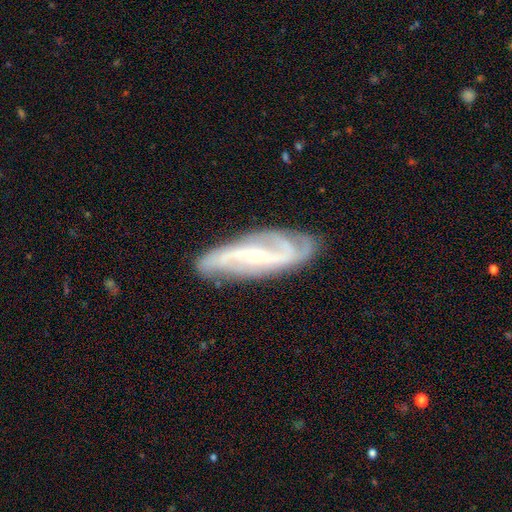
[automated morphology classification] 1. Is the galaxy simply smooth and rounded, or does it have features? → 86% featured or disk, 8% smooth, 6% star or artifact.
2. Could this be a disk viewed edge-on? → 90% no, 10% yes.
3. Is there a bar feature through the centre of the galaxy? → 37% weak, 33% strong, 30% no.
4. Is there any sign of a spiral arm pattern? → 97% yes, 3% no.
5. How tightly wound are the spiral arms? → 45% medium, 30% tight, 25% loose.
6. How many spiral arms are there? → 55% 2, 19% 3, 13% can't tell, 6% 4, 4% 1, 4% more than 4.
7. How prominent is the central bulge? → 65% small, 31% moderate, 2% none, 2% large, 1% dominant.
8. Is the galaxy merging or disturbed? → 78% none, 16% minor disturbance, 5% major disturbance, 2% merger.